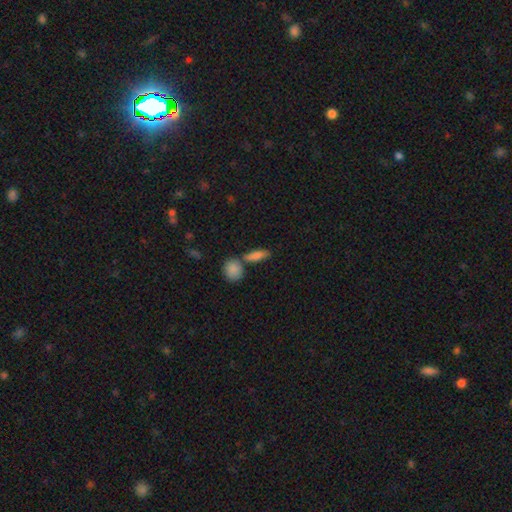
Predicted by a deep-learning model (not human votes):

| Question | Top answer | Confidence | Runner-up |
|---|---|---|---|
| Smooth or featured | smooth | 78% | featured or disk (13%) |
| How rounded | in between | 51% | cigar-shaped (41%) |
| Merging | none | 64% | merger (21%) |